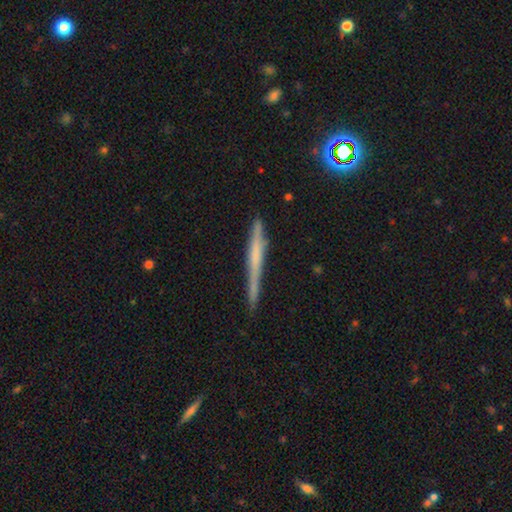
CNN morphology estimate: The model was most divided on "smooth or featured": featured or disk: 54%, smooth: 38%, star or artifact: 8%. More confident: edge-on disk — yes (96%); merging — none (79%); edge-on bulge — none (67%).